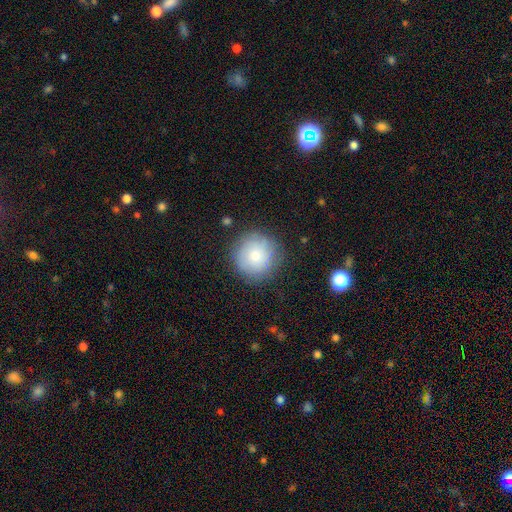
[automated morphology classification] The model was most divided on "smooth or featured": smooth: 63%, featured or disk: 28%, star or artifact: 9%. More confident: how rounded — round (94%); merging — none (81%).